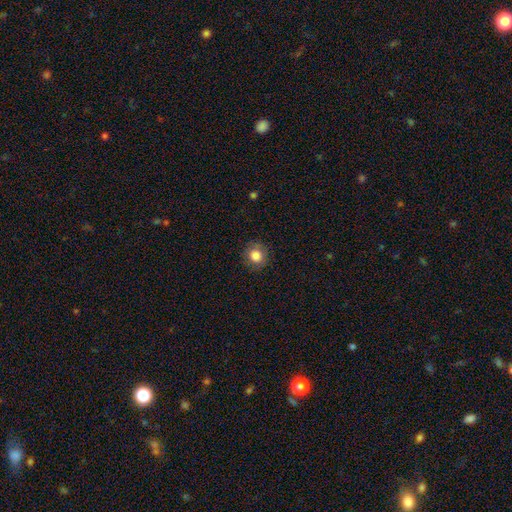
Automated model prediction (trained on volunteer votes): Morphology: type=smooth (84%); roundness=round (88%); merging=none (87%).